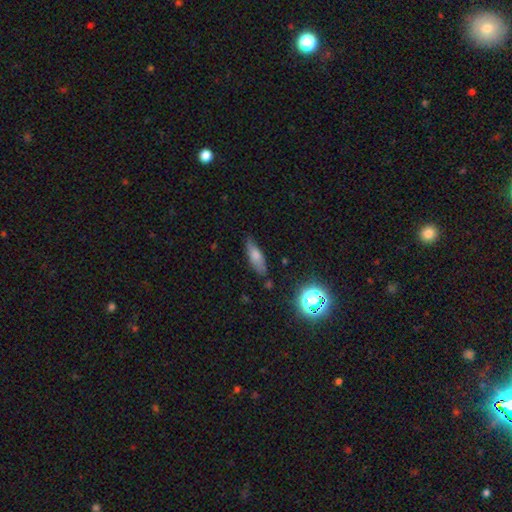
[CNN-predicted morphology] This is likely a smooth galaxy (70%). How rounded: possibly in between (57%). Merging: likely none (73%).